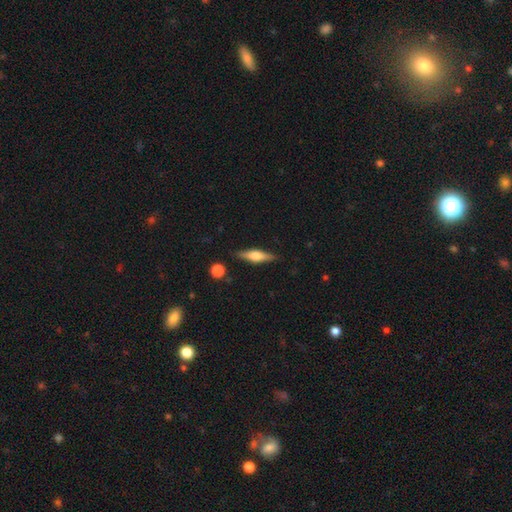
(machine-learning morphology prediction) Q: Smooth or featured?
A: featured or disk (53%); runner-up: smooth (40%)
Q: Edge-on disk?
A: yes (95%); runner-up: no (5%)
Q: Edge-on bulge?
A: rounded (85%); runner-up: boxy (11%)
Q: Merging?
A: none (86%); runner-up: minor disturbance (10%)